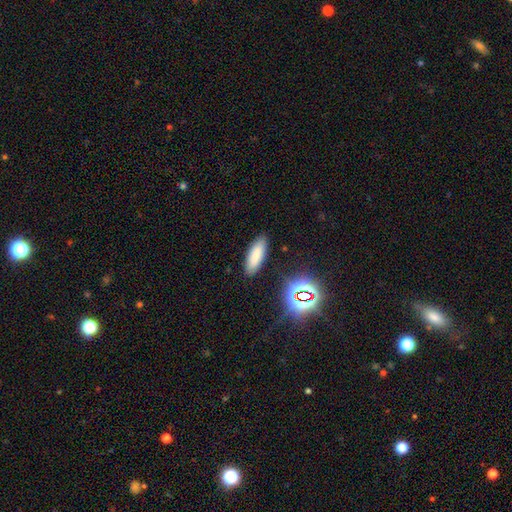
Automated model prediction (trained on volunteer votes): Smooth or featured? Predicted: smooth (p=0.81). How rounded? Predicted: in between (p=0.63). Merging? Predicted: none (p=0.88).